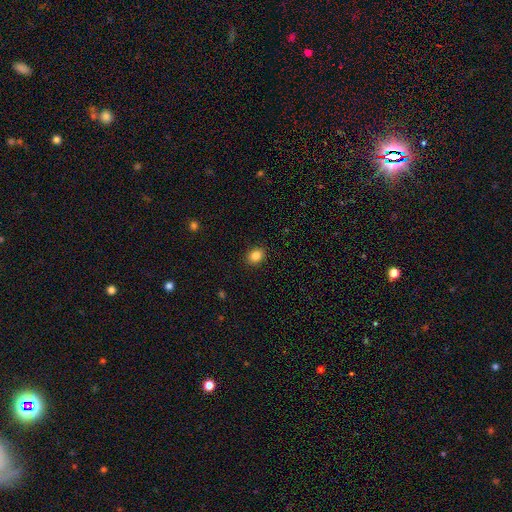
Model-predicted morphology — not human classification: Smooth or featured? smooth (85%)
How rounded? round (53%)
Merging? none (90%)